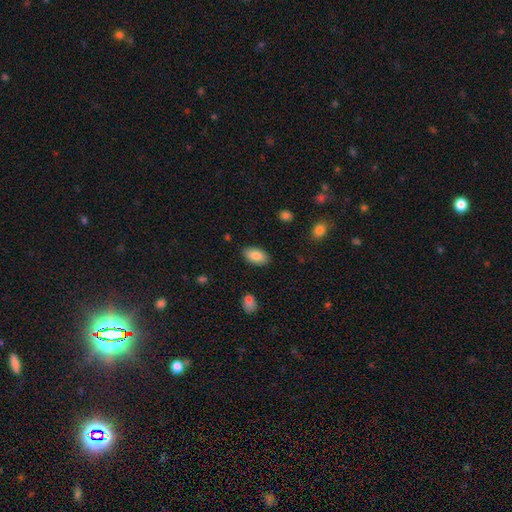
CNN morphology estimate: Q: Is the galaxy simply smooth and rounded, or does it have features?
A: smooth — 84%.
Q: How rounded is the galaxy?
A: in between — 94%.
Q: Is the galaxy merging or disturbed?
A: none — 86%.